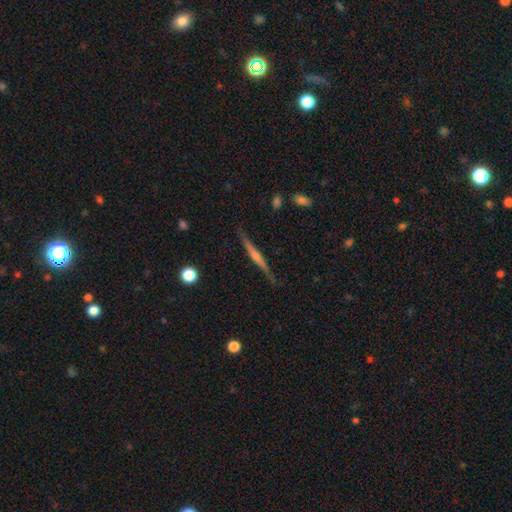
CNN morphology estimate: This is likely a featured or disk galaxy (73%). It is clearly viewed edge-on (97%). Edge-on bulge: likely rounded (70%). Merging: clearly none (88%).